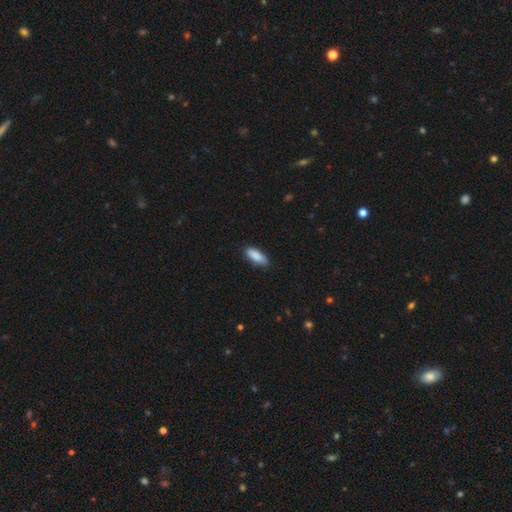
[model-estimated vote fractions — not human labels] Morphology: type=smooth (88%); roundness=in between (72%); merging=none (83%).